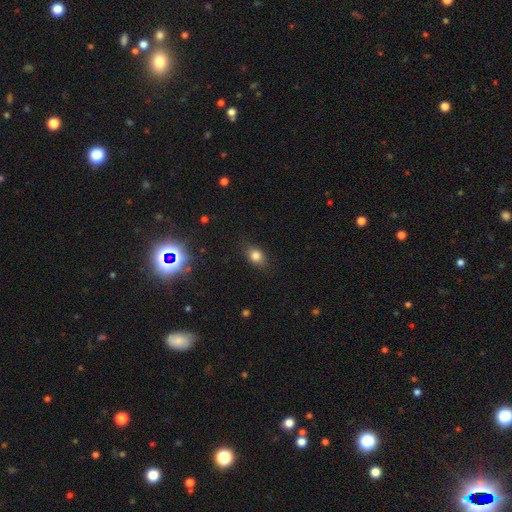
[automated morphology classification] Smooth or featured: smooth — 80% (star or artifact — 12%)
How rounded: in between — 64% (round — 34%)
Merging: none — 81% (minor disturbance — 14%)